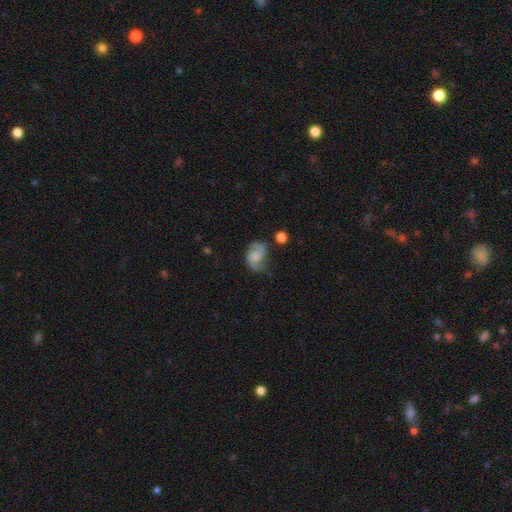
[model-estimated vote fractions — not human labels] Smooth or featured? featured or disk (73%)
Edge-on disk? no (98%)
Bar? no (66%)
Spiral arms? yes (94%)
Spiral winding? medium (48%)
Spiral arm count? 2 (89%)
Bulge size? none (43%)
Merging? none (62%)